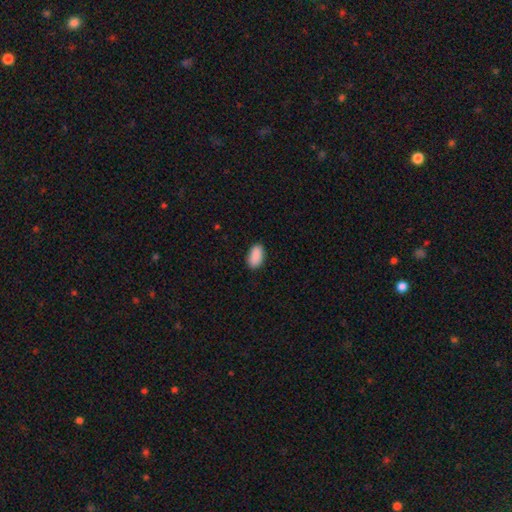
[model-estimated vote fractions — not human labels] This appears to be a smooth galaxy with no disk features (91%) that is in between round and cigar-shaped (95%). Merging: none (88%).